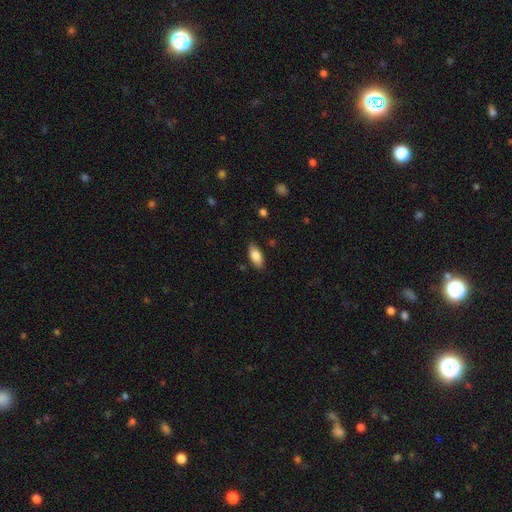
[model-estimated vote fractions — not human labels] smooth_or_featured: smooth (p=0.84) [alt: featured or disk p=0.09]
how_rounded: in between (p=0.88) [alt: cigar-shaped p=0.10]
merging: none (p=0.84) [alt: minor disturbance p=0.12]